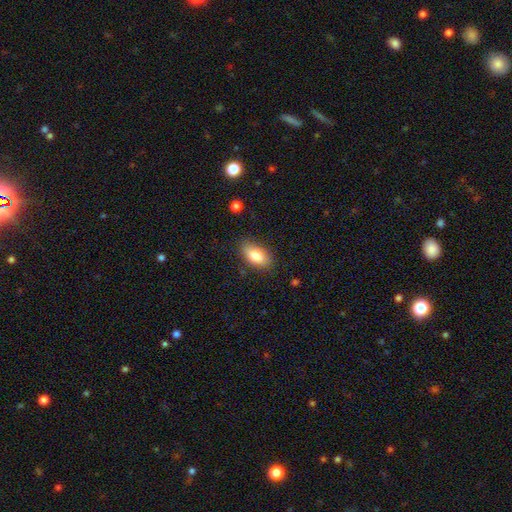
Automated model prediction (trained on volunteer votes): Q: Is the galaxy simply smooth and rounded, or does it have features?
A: smooth — 83%.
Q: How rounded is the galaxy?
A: in between — 91%.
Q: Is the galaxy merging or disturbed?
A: none — 82%.